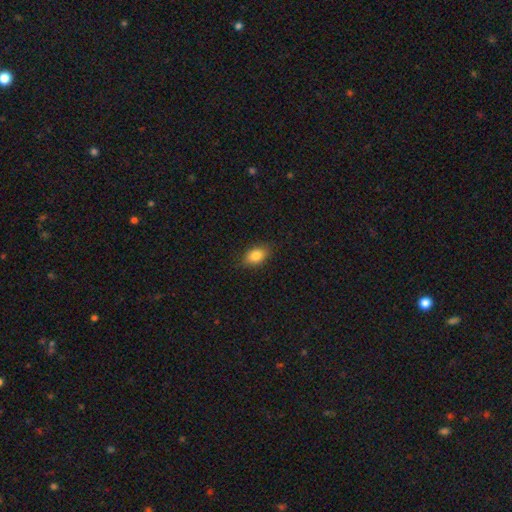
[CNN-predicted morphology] A smooth galaxy with no disk features (83%) that is in between round and cigar-shaped (85%). Merging: none (86%).